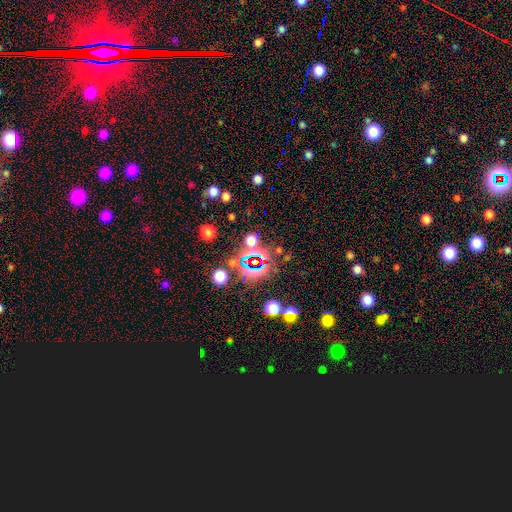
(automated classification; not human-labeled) Smooth or featured? star or artifact (75%)